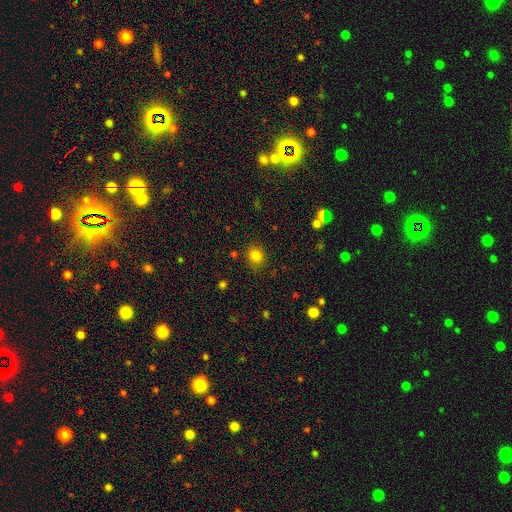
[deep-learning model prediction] Morphology: type=smooth (82%); roundness=round (81%); merging=none (84%).